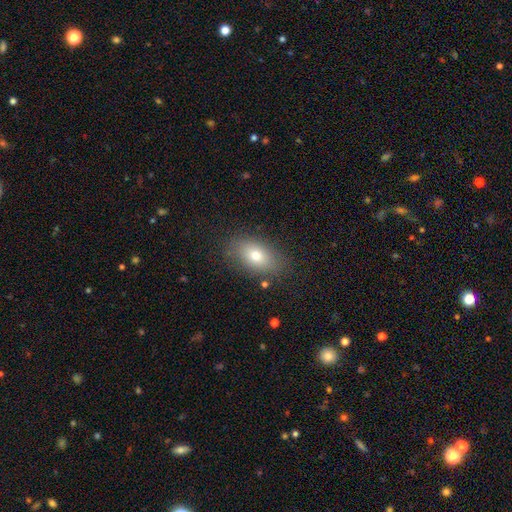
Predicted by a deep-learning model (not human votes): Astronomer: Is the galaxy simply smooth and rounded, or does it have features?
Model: smooth — 73%.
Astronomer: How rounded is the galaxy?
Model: in between — 86%.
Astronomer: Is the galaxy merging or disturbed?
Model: none — 82%.